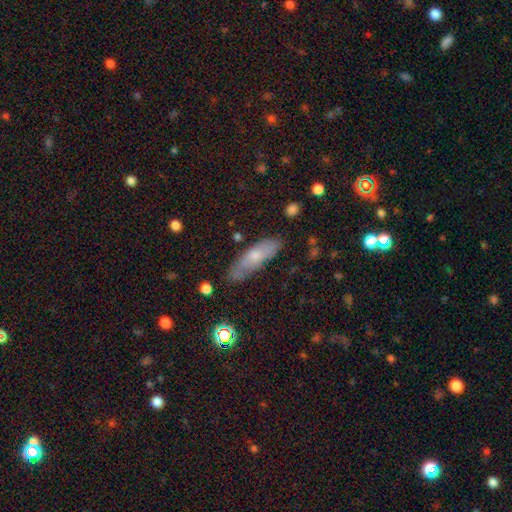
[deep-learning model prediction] A smooth galaxy with no disk features (64%) that is cigar-shaped (52%).

Vote fractions:
- Smooth or featured? smooth: 64% / featured or disk: 27% / star or artifact: 9%
- How rounded? cigar-shaped: 52% / in between: 46% / round: 3%
- Merging? none: 69% / minor disturbance: 22% / major disturbance: 5% / merger: 3%